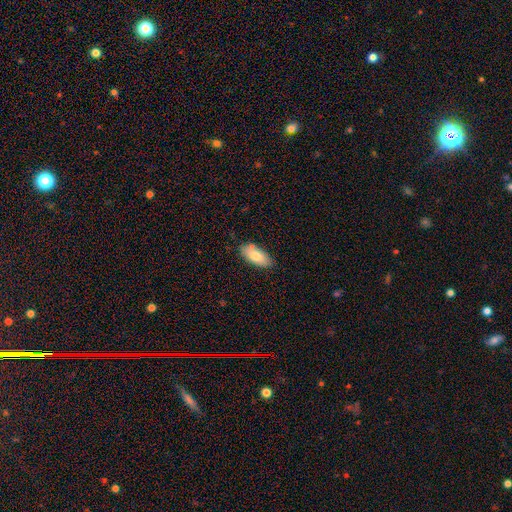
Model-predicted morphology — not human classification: A smooth galaxy with no disk features (80%) that is in between round and cigar-shaped (88%).

Vote fractions:
- Smooth or featured? smooth: 80% / featured or disk: 14% / star or artifact: 6%
- How rounded? in between: 88% / cigar-shaped: 10% / round: 2%
- Merging? none: 78% / minor disturbance: 15% / merger: 5% / major disturbance: 3%